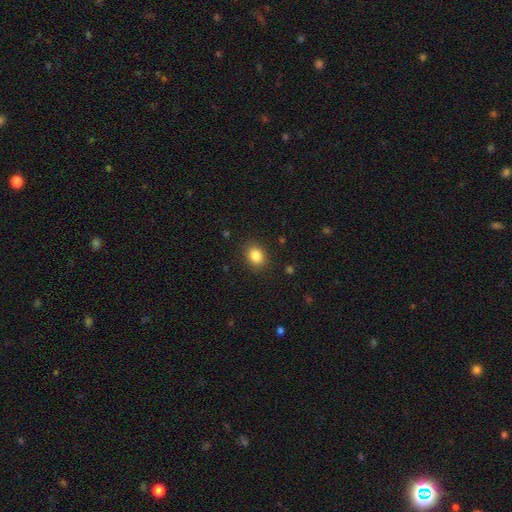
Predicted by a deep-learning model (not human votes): This is clearly a smooth galaxy (85%). How rounded: possibly in between (52%). Merging: clearly none (87%).